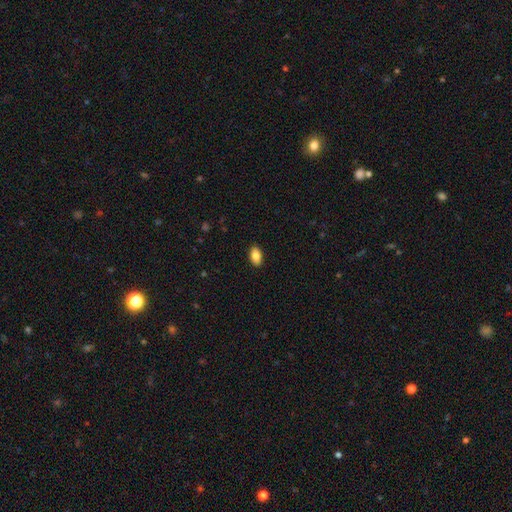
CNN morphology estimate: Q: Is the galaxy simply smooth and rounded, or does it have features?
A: smooth — 85%.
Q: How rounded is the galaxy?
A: in between — 92%.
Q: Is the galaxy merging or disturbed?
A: none — 90%.